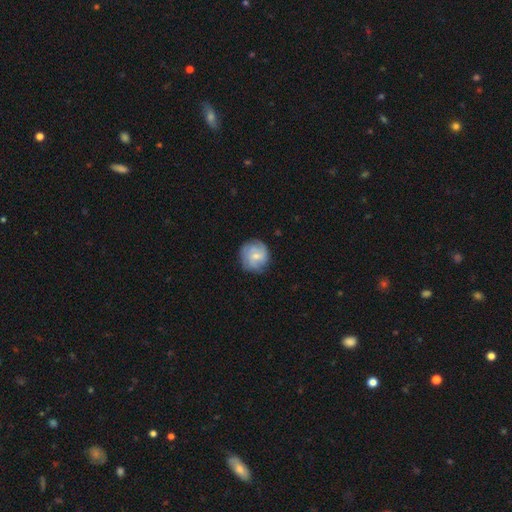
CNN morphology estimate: smooth-or-featured: smooth: 53% | featured or disk: 40% | star or artifact: 7%
  how-rounded: round: 91% | in between: 8% | cigar-shaped: 1%
  merging: none: 80% | minor disturbance: 15% | major disturbance: 4% | merger: 1%